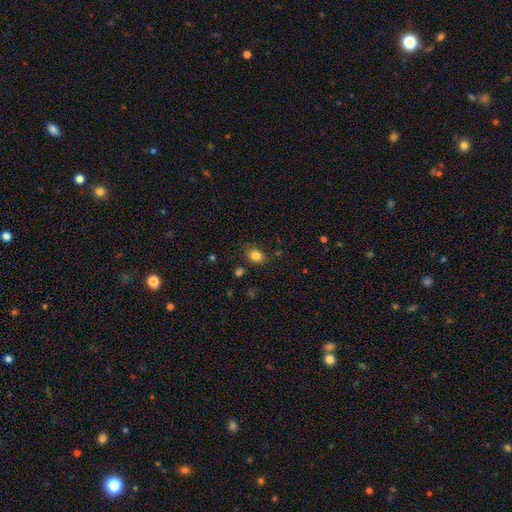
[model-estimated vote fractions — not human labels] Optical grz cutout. It shows a smooth galaxy with no disk features (82%) that is in between round and cigar-shaped (56%). Merging: none (79%).